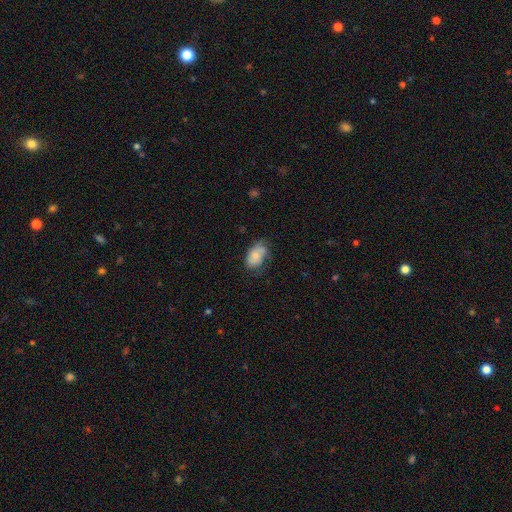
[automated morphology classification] Overall: smooth (68%). How rounded: in between (90%). Merging: none (50%; minor disturbance 34%).